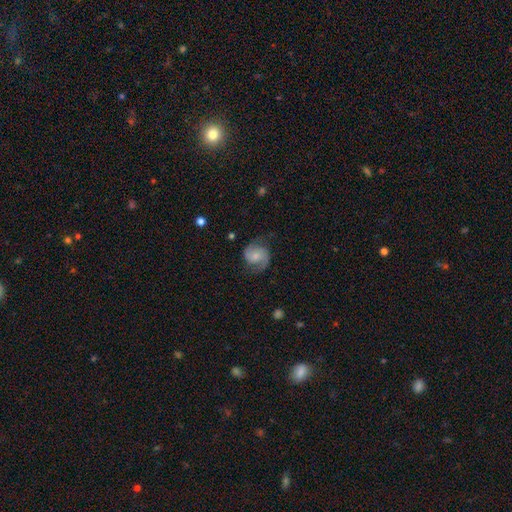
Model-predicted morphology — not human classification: Smooth or featured? featured or disk (70%)
Edge-on disk? no (98%)
Bar? no (57%)
Spiral arms? yes (94%)
Spiral winding? medium (49%)
Spiral arm count? 2 (90%)
Bulge size? small (43%)
Merging? none (73%)